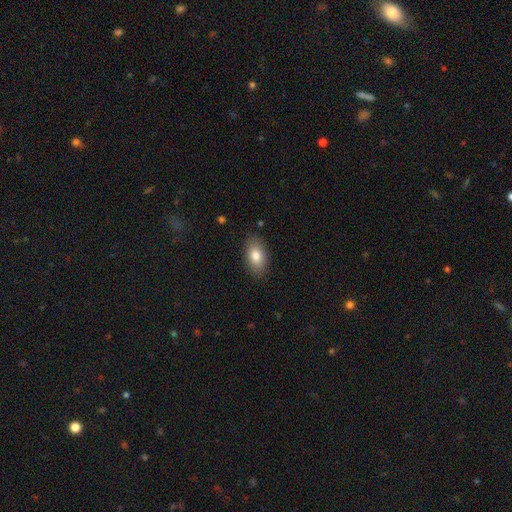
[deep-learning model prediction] Q: Smooth or featured?
A: smooth (81%); runner-up: featured or disk (12%)
Q: How rounded?
A: in between (92%); runner-up: round (6%)
Q: Merging?
A: none (87%); runner-up: minor disturbance (10%)